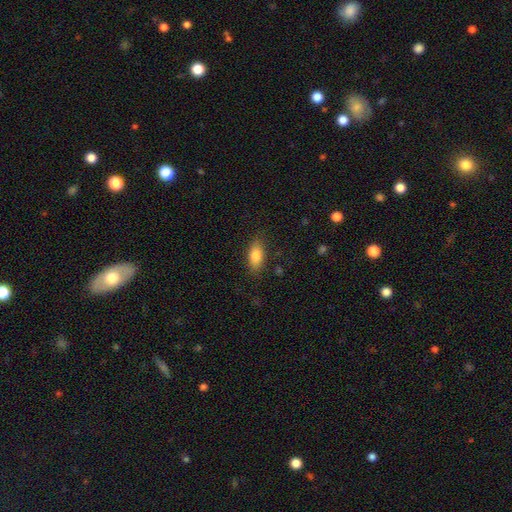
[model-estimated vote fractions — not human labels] Smooth or featured: smooth — 84% (featured or disk — 9%)
How rounded: in between — 86% (cigar-shaped — 11%)
Merging: none — 83% (minor disturbance — 12%)